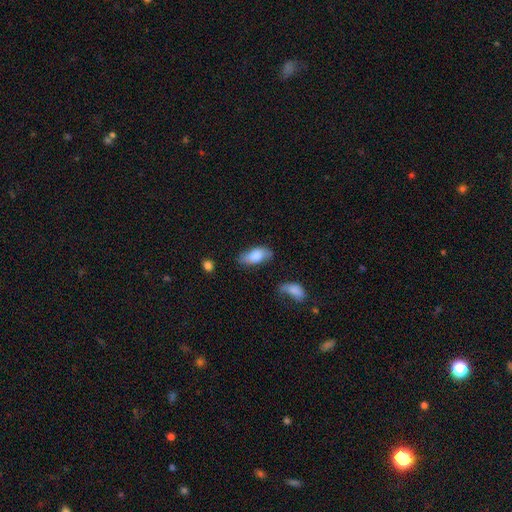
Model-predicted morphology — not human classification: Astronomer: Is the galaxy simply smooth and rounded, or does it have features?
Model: smooth — 75%.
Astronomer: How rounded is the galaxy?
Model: in between — 89%.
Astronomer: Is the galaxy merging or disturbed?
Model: none — 72%.